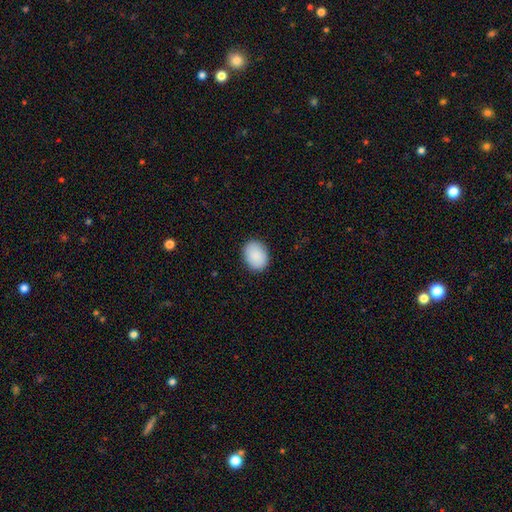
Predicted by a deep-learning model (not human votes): This is clearly a smooth galaxy (90%). How rounded: likely in between (64%). Merging: clearly none (88%).